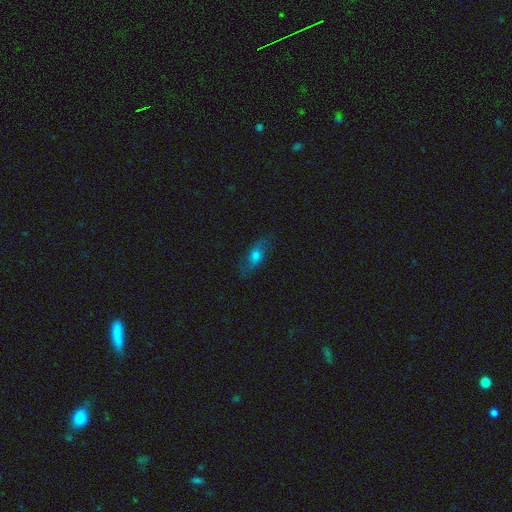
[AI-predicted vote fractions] Smooth or featured? smooth (50%)
How rounded? in between (67%)
Merging? none (77%)